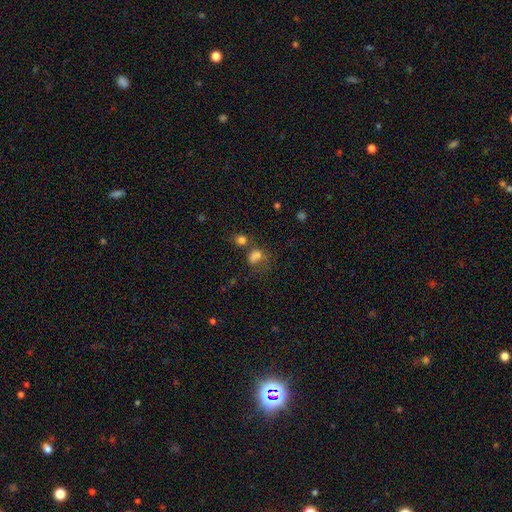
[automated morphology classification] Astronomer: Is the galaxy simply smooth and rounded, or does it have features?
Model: smooth — 71%.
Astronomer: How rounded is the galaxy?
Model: in between — 54% (runner-up: round, 44%).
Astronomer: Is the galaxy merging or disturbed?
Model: none — 35% (runner-up: merger, 28%).